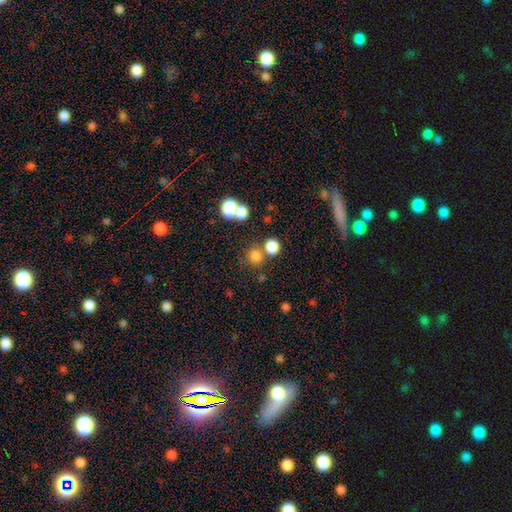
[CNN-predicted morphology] Smooth or featured: smooth — 77% (star or artifact — 17%)
How rounded: round — 89% (in between — 10%)
Merging: none — 68% (merger — 21%)